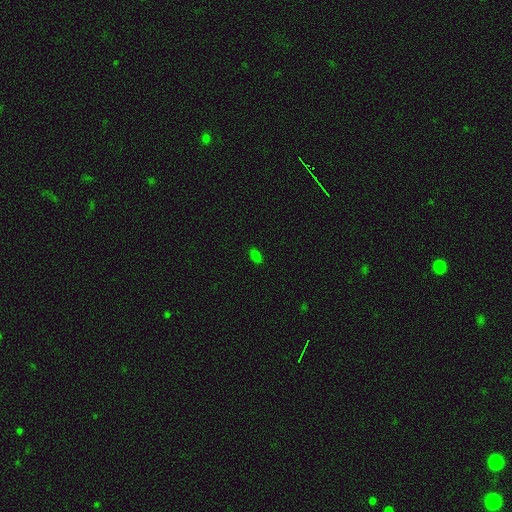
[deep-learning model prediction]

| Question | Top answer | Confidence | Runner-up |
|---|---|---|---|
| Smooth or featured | smooth | 77% | star or artifact (18%) |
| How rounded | in between | 90% | round (6%) |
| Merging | none | 88% | minor disturbance (9%) |